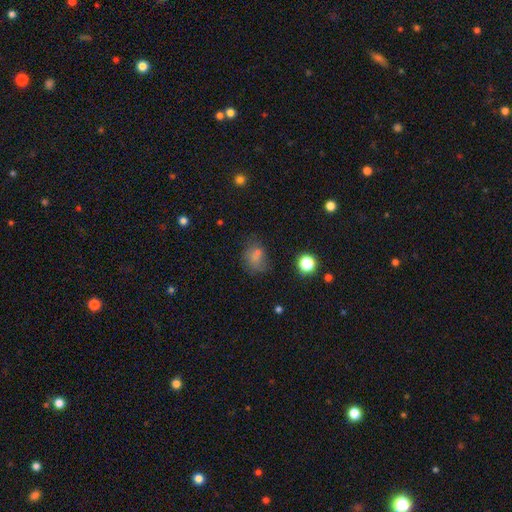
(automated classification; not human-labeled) smooth 69%, star or artifact 18%, featured or disk 13%. Down the decision tree: how rounded — round (52%); merging — none (50%).